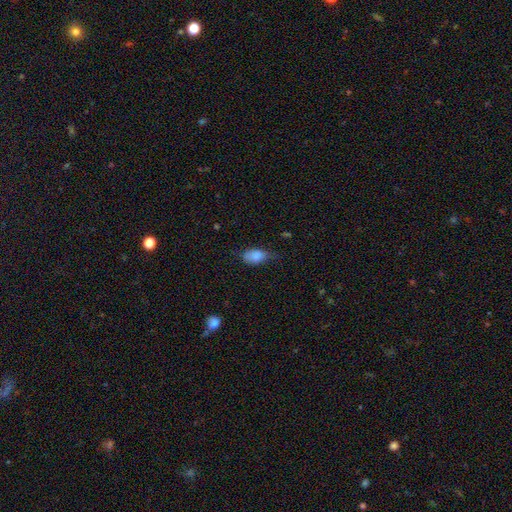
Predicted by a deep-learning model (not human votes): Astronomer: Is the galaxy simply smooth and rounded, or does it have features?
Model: smooth — 83%.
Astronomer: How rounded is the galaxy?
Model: in between — 89%.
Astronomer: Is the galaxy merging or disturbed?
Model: none — 48% (runner-up: minor disturbance, 39%).